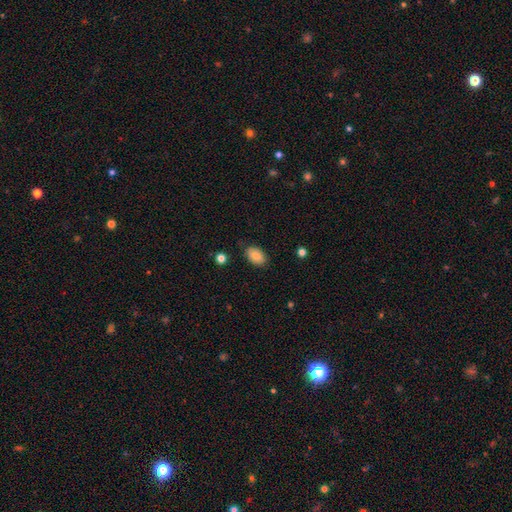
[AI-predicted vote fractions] Morphology: type=smooth (86%); roundness=in between (90%); merging=none (83%).